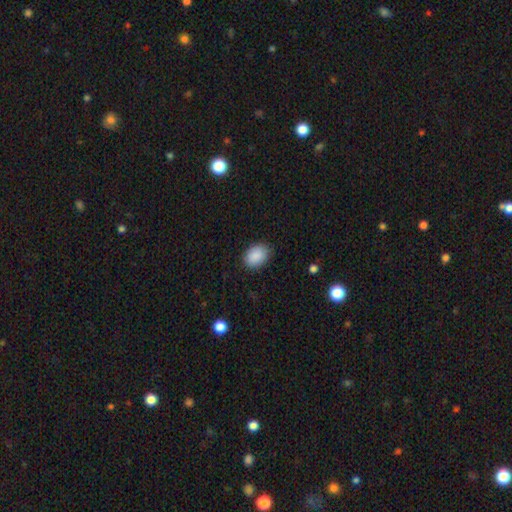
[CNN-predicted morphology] smooth_or_featured: smooth (p=0.90) [alt: star or artifact p=0.07]
how_rounded: in between (p=0.75) [alt: round p=0.24]
merging: none (p=0.85) [alt: minor disturbance p=0.12]